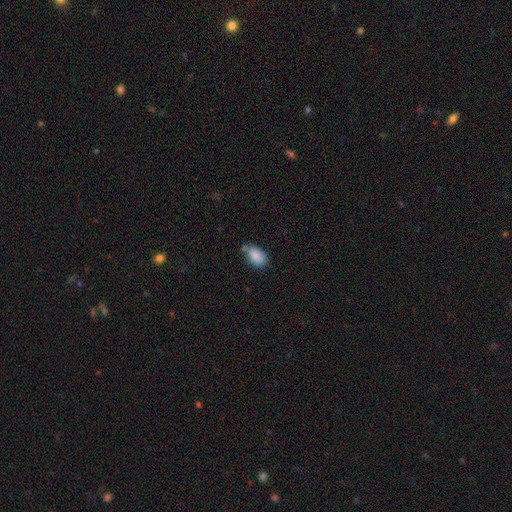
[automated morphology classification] Overall: smooth (86%). How rounded: in between (91%). Merging: none (55%; minor disturbance 29%).